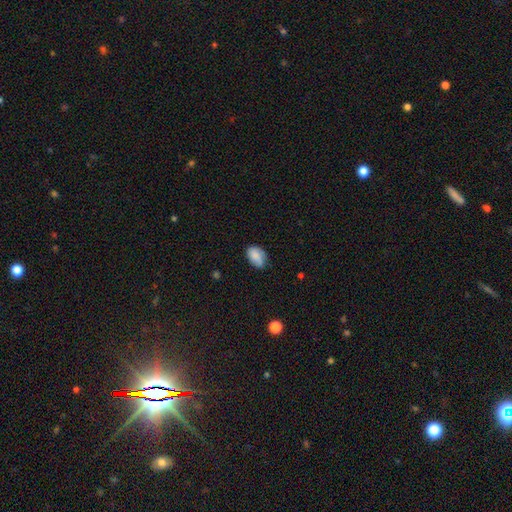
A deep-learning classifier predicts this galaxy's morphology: Smooth or featured? Predicted: smooth (p=0.80). How rounded? Predicted: in between (p=0.87). Merging? Predicted: none (p=0.61).